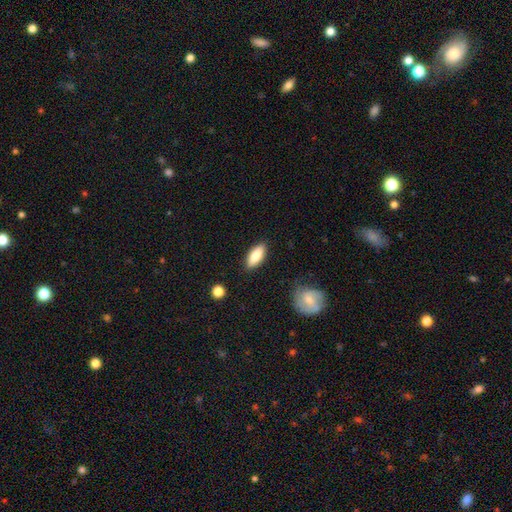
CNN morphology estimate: smooth_or_featured: smooth (p=0.81) [alt: featured or disk p=0.14]
how_rounded: in between (p=0.75) [alt: cigar-shaped p=0.22]
merging: none (p=0.86) [alt: minor disturbance p=0.10]